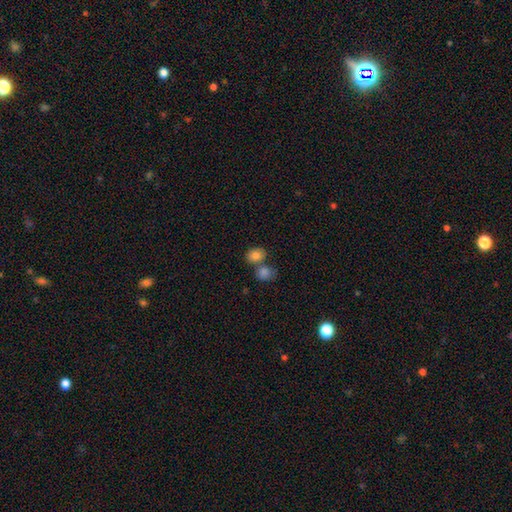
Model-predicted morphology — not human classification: smooth 83%, star or artifact 10%, featured or disk 7%. Down the decision tree: how rounded — round (51%); merging — none (54%).